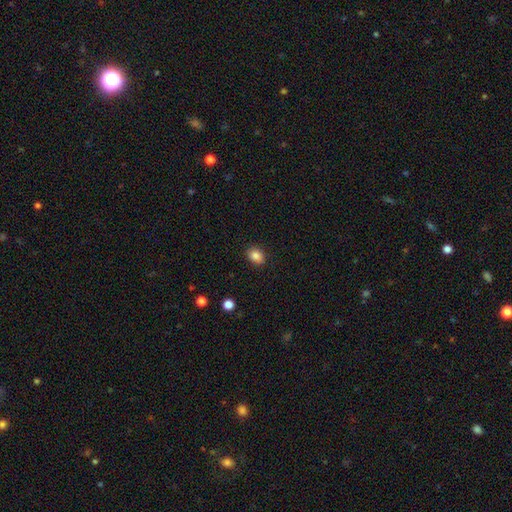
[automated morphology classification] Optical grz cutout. It shows a smooth galaxy with no disk features (86%) that is in between round and cigar-shaped (55%). Merging: none (88%).